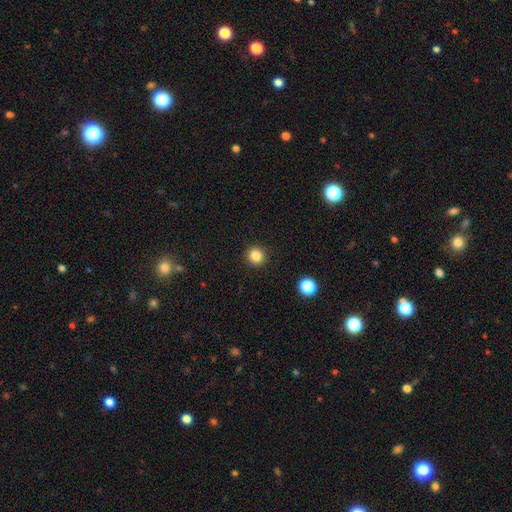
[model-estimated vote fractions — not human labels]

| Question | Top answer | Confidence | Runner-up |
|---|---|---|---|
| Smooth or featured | smooth | 84% | star or artifact (11%) |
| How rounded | round | 91% | in between (8%) |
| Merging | none | 92% | minor disturbance (5%) |